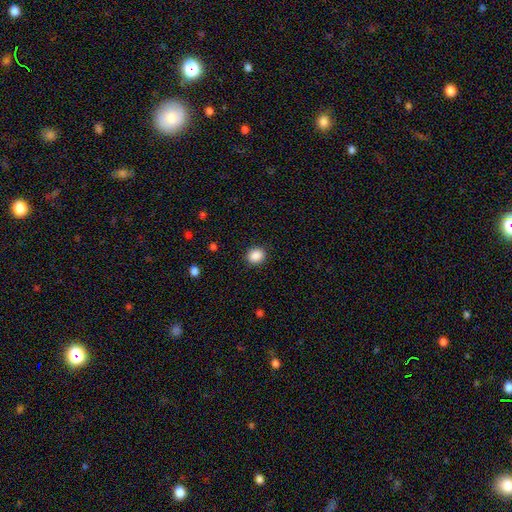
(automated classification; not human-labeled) A smooth galaxy with no disk features (88%) that is round (70%). Merging: none (90%).